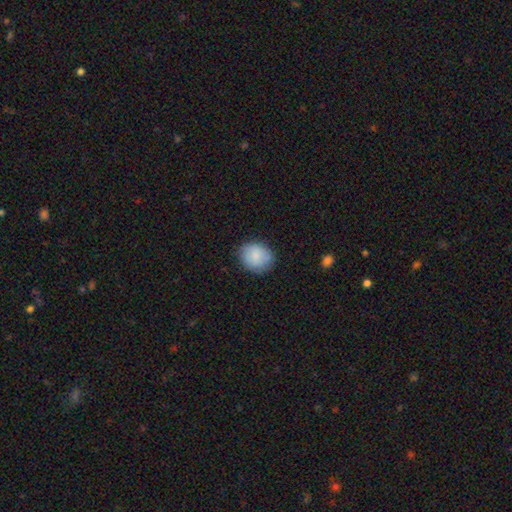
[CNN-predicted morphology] smooth_or_featured: smooth (p=0.84) [alt: featured or disk p=0.09]
how_rounded: round (p=0.67) [alt: in between p=0.32]
merging: none (p=0.79) [alt: minor disturbance p=0.16]